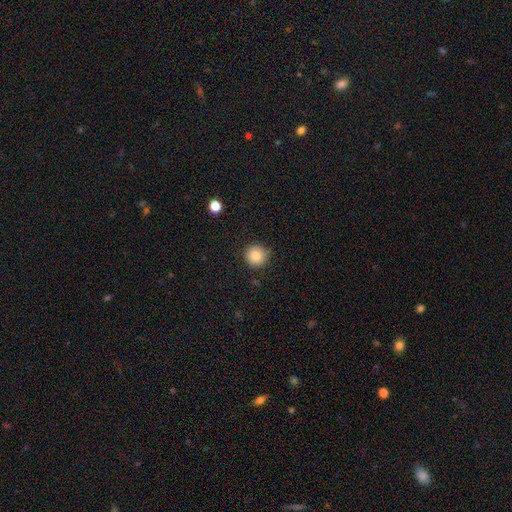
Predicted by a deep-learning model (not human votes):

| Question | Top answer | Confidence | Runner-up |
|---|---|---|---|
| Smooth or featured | smooth | 85% | star or artifact (10%) |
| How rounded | round | 94% | in between (5%) |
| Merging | none | 86% | minor disturbance (11%) |